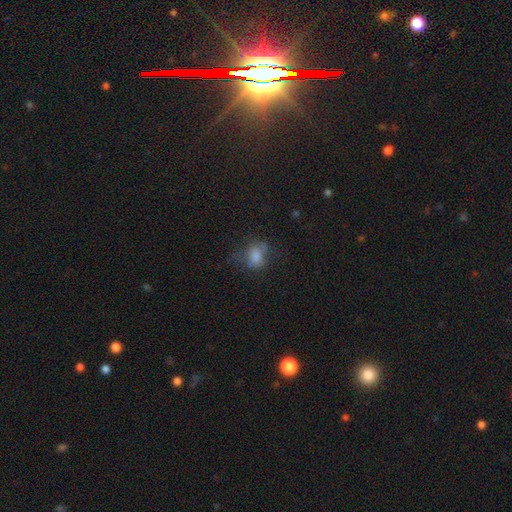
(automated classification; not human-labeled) A smooth galaxy with no disk features (63%) that is in between round and cigar-shaped (52%). Merging: none (48%).